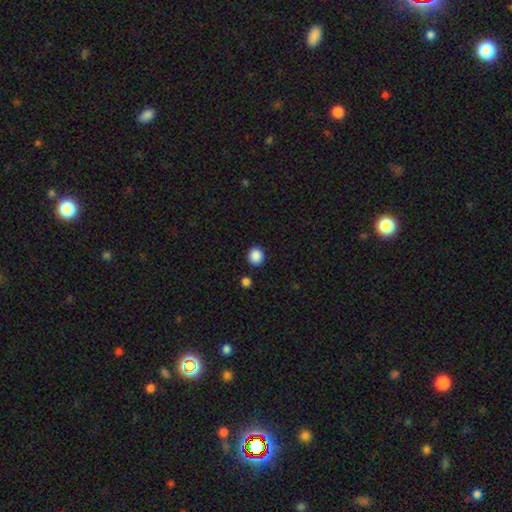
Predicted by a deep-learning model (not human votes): Q: Smooth or featured?
A: smooth (89%); runner-up: star or artifact (9%)
Q: How rounded?
A: round (84%); runner-up: in between (15%)
Q: Merging?
A: none (89%); runner-up: minor disturbance (6%)